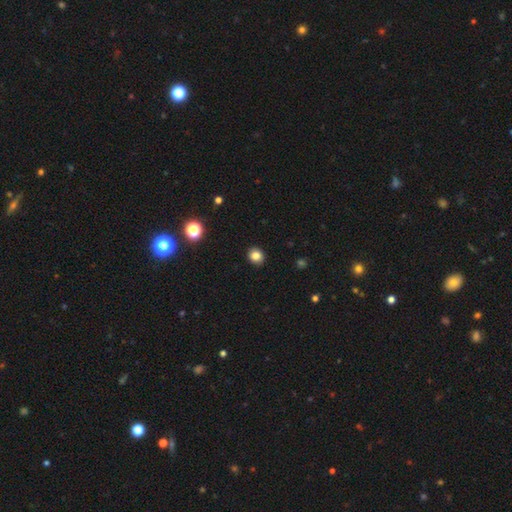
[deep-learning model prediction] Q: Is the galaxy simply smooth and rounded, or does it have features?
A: smooth — 83%.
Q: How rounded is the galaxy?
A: round — 77%.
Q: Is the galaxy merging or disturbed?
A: none — 92%.